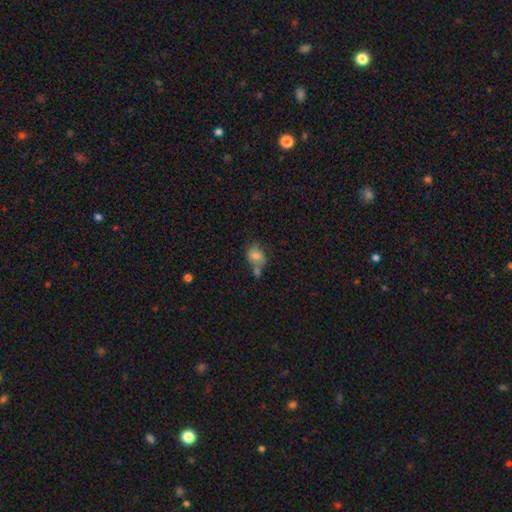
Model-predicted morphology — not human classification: This appears to be a smooth galaxy with no disk features (71%) that is in between round and cigar-shaped (52%). Merging: none (36%).